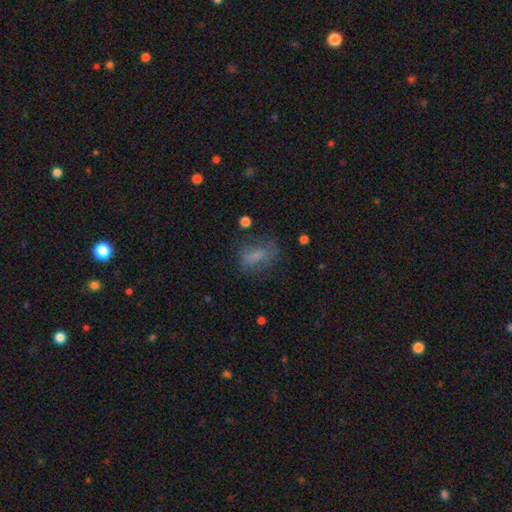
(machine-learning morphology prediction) Overall: smooth (66%). How rounded: in between (65%; cigar-shaped 25%). Merging: none (60%; minor disturbance 22%).